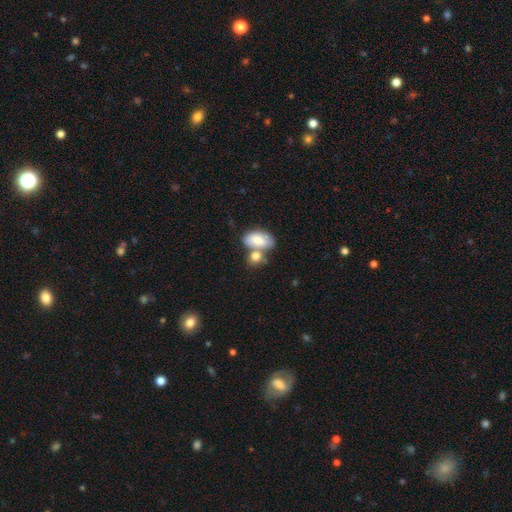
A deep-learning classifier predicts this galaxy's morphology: A smooth galaxy with no disk features (77%) that is in between round and cigar-shaped (78%).

Vote fractions:
- Smooth or featured? smooth: 77% / featured or disk: 16% / star or artifact: 7%
- How rounded? in between: 78% / round: 19% / cigar-shaped: 3%
- Merging? merger: 52% / none: 33% / minor disturbance: 11% / major disturbance: 4%